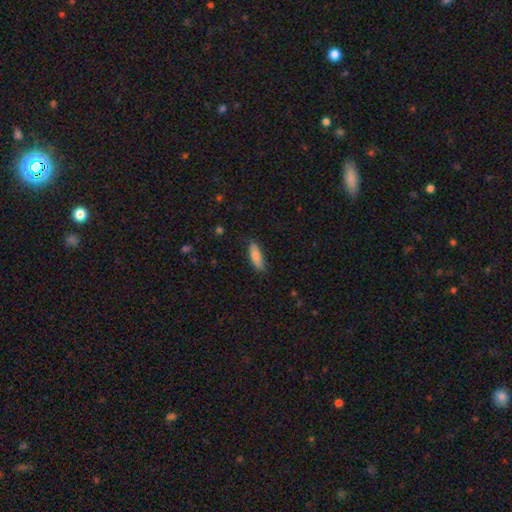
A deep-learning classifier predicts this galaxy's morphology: type=smooth (77%); roundness=in between (64%); merging=none (80%).